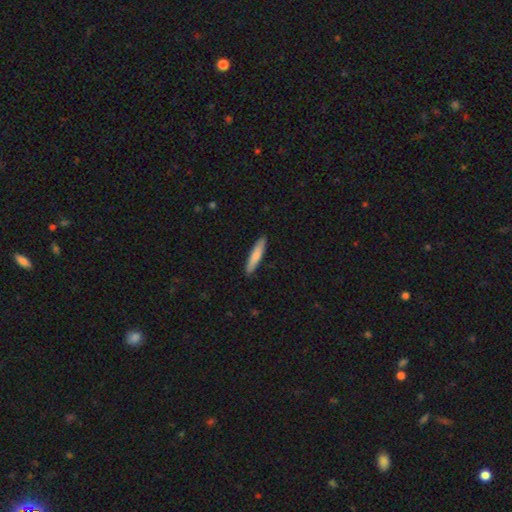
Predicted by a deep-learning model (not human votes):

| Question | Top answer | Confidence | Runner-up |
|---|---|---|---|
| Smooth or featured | smooth | 78% | featured or disk (17%) |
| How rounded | cigar-shaped | 89% | in between (10%) |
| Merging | none | 91% | minor disturbance (7%) |